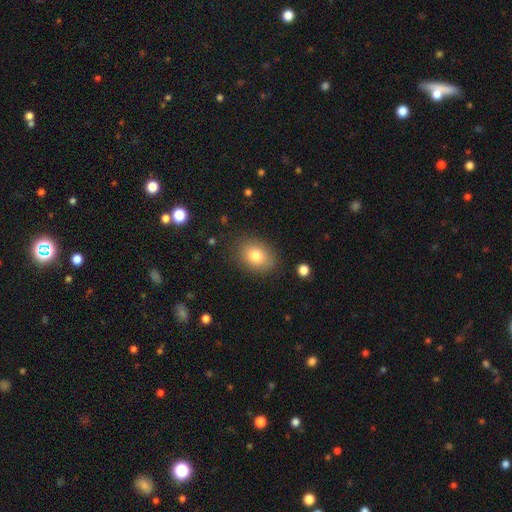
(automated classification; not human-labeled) Smooth or featured?
  - smooth: 80% *
  - featured or disk: 11%
  - star or artifact: 9%
How rounded?
  - in between: 64% *
  - round: 35%
  - cigar-shaped: 1%
Merging?
  - none: 83% *
  - minor disturbance: 12%
  - major disturbance: 3%
  - merger: 1%